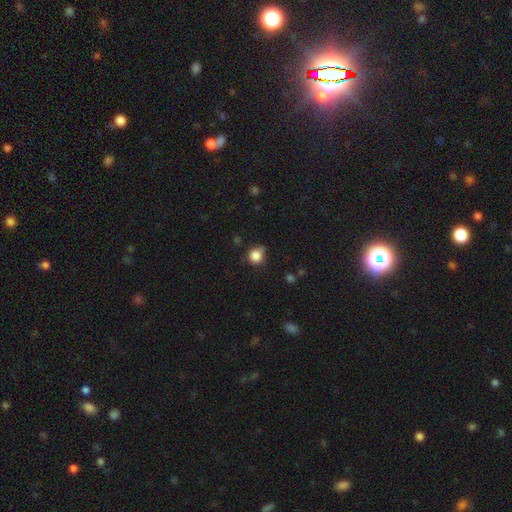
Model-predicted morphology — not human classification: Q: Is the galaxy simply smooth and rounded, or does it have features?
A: smooth — 83%.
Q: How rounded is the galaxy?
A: round — 86%.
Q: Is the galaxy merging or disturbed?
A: none — 64%.